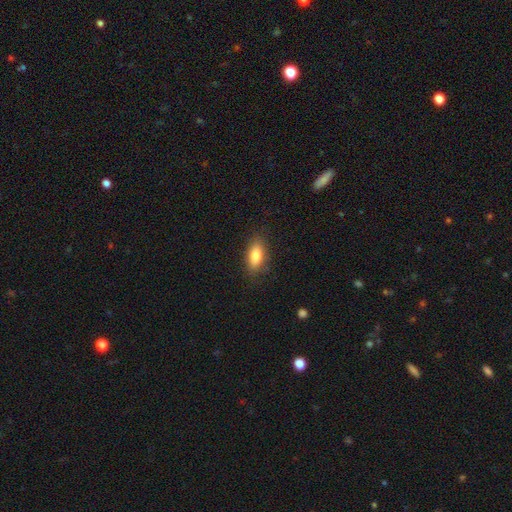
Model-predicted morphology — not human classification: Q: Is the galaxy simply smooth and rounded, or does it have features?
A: smooth — 82%.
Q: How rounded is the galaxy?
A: in between — 82%.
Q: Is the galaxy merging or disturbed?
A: none — 84%.